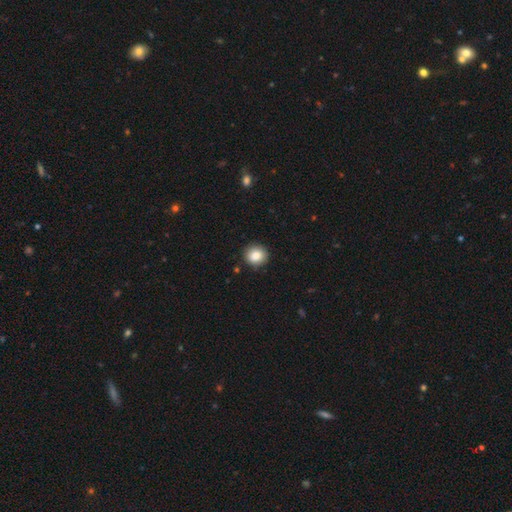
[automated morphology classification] smooth-or-featured: smooth: 87% | star or artifact: 9% | featured or disk: 4%
  how-rounded: round: 87% | in between: 12% | cigar-shaped: 1%
  merging: none: 89% | minor disturbance: 8% | major disturbance: 2% | merger: 1%